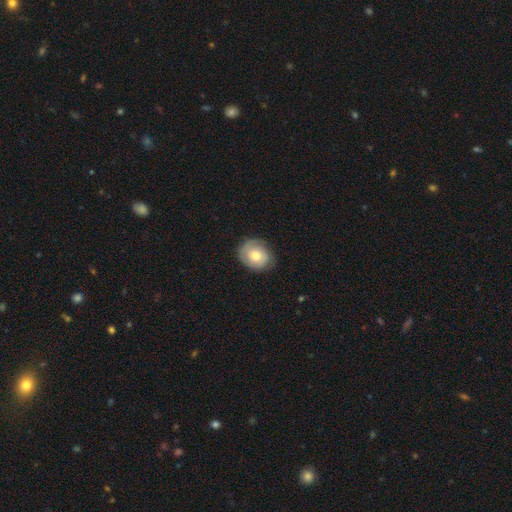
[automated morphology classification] Smooth or featured?
  - smooth: 55% *
  - featured or disk: 38%
  - star or artifact: 7%
How rounded?
  - round: 60% *
  - in between: 40%
  - cigar-shaped: 1%
Merging?
  - none: 76% *
  - minor disturbance: 18%
  - major disturbance: 5%
  - merger: 1%